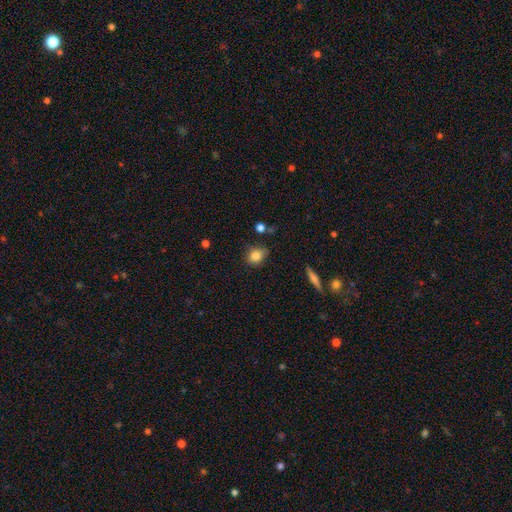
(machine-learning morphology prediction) Smooth or featured?
  - smooth: 83% *
  - star or artifact: 10%
  - featured or disk: 7%
How rounded?
  - round: 56% *
  - in between: 43%
  - cigar-shaped: 2%
Merging?
  - none: 73% *
  - minor disturbance: 20%
  - major disturbance: 4%
  - merger: 3%